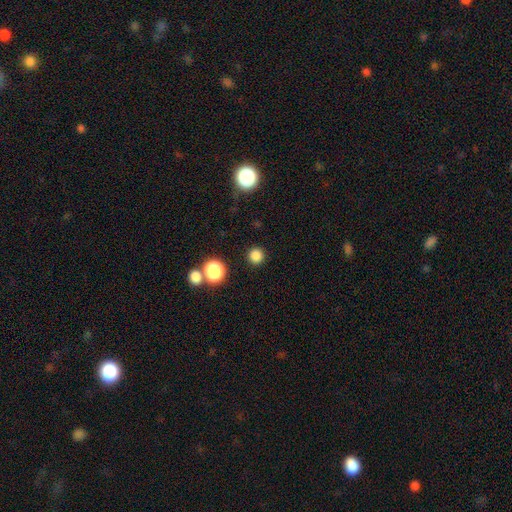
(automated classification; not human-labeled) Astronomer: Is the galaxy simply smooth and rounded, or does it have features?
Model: smooth — 82%.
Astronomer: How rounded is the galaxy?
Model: round — 95%.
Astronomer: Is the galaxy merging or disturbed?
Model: none — 90%.